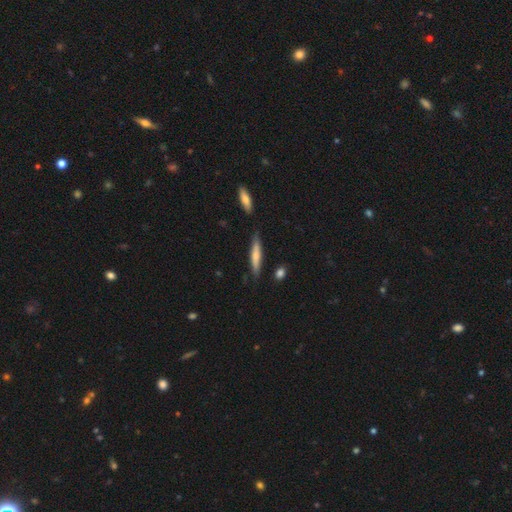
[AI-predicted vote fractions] smooth 64%, featured or disk 30%, star or artifact 6%. Down the decision tree: how rounded — cigar-shaped (88%); merging — none (81%).